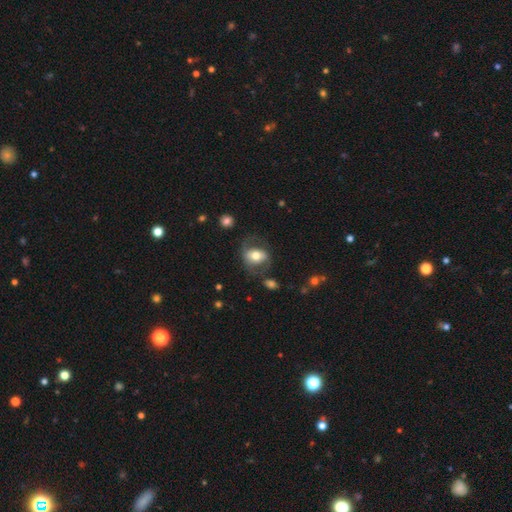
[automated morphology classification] Smooth or featured? Predicted: smooth (p=0.51). How rounded? Predicted: in between (p=0.60). Merging? Predicted: none (p=0.55).